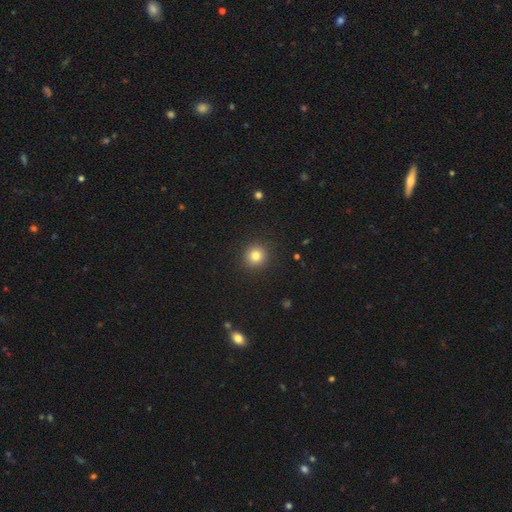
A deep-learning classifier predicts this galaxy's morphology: Smooth or featured? smooth (81%)
How rounded? round (93%)
Merging? none (92%)